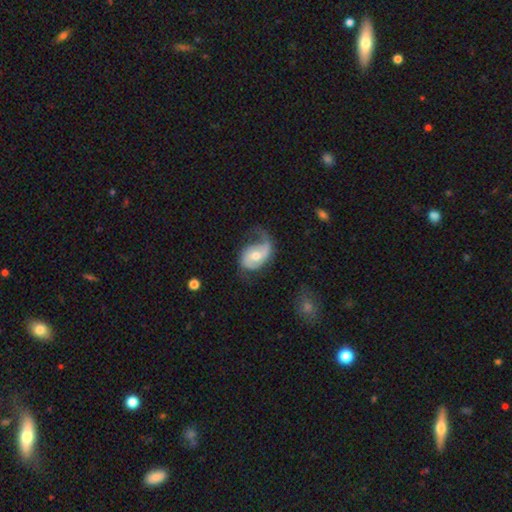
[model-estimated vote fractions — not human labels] This is likely a featured or disk galaxy (75%). It is clearly not viewed edge-on (97%). Bar: possibly no (57%). Spiral arm pattern: clearly yes (91%). Spiral arm count: possibly 2 (54%). Spiral winding: possibly loose (51%). Central bulge: likely moderate (64%). Merging: marginally none (39%).